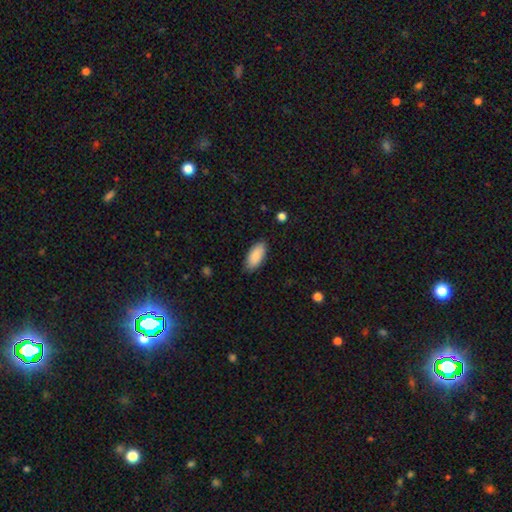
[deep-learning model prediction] A smooth galaxy with no disk features (88%) that is in between round and cigar-shaped (91%).

Vote fractions:
- Smooth or featured? smooth: 88% / star or artifact: 6% / featured or disk: 6%
- How rounded? in between: 91% / cigar-shaped: 8% / round: 2%
- Merging? none: 85% / minor disturbance: 12% / major disturbance: 2% / merger: 1%